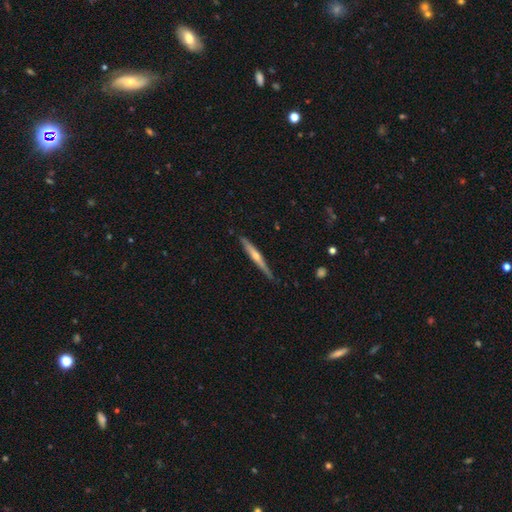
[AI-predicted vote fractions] A featured or disk galaxy (64%) viewed edge-on (96%) with a rounded central bulge (77%). Merging: none (82%).